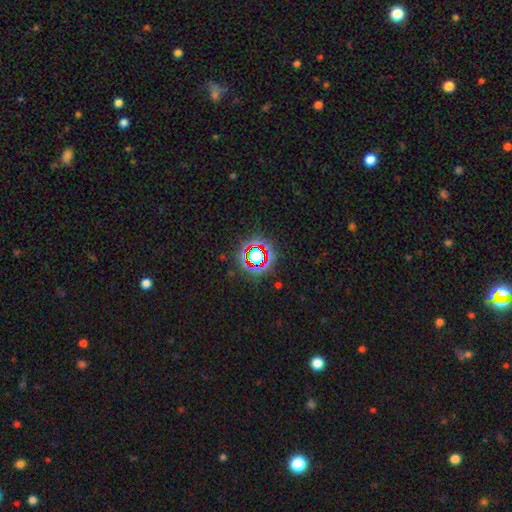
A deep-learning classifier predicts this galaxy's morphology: Smooth or featured?
  - star or artifact: 68% *
  - smooth: 21%
  - featured or disk: 11%